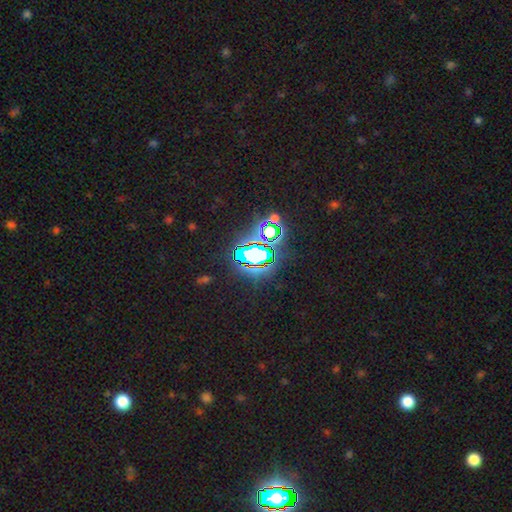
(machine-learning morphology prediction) Smooth or featured?
  - star or artifact: 73% *
  - smooth: 17%
  - featured or disk: 10%